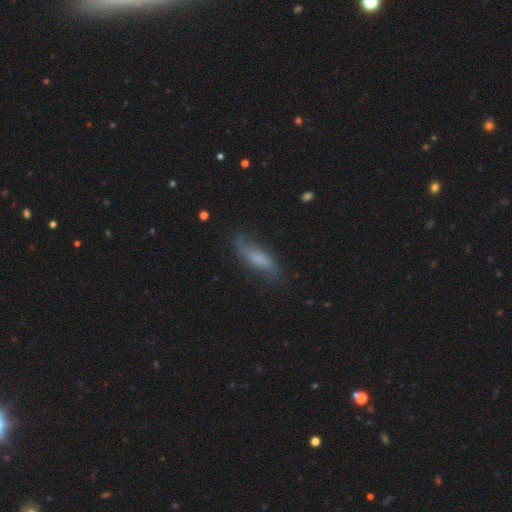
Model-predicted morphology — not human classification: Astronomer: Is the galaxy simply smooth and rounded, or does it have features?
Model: smooth — 64%.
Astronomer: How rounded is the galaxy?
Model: cigar-shaped — 54% (runner-up: in between, 44%).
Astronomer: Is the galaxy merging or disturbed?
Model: none — 71%.